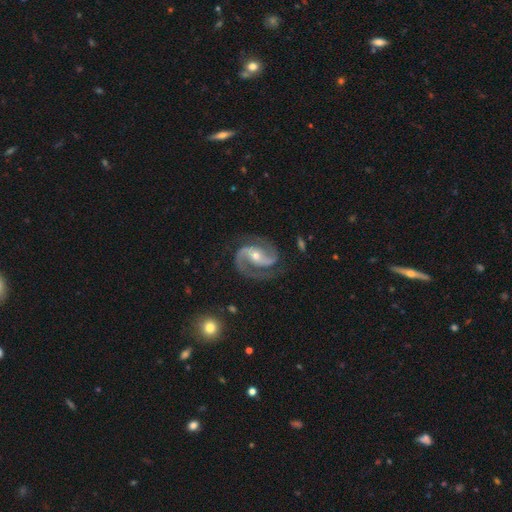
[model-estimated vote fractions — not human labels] This is clearly a featured or disk galaxy (93%). It is clearly not viewed edge-on (98%). Bar: marginally weak (35%). Spiral arm pattern: clearly yes (98%). Spiral arm count: clearly 2 (93%). Spiral winding: likely medium (61%). Central bulge: possibly moderate (50%). Merging: likely none (79%).